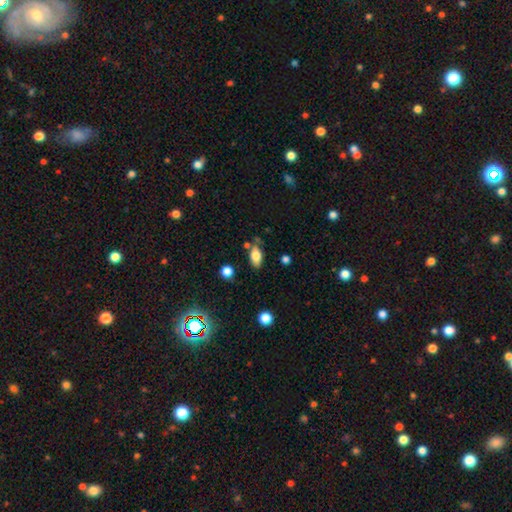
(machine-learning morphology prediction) Q: Smooth or featured?
A: smooth (79%); runner-up: featured or disk (13%)
Q: How rounded?
A: in between (90%); runner-up: cigar-shaped (6%)
Q: Merging?
A: none (72%); runner-up: minor disturbance (17%)